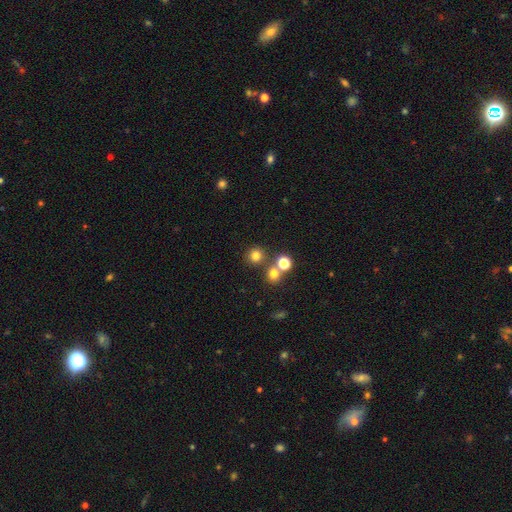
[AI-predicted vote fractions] Smooth or featured? Predicted: smooth (p=0.76). How rounded? Predicted: round (p=0.90). Merging? Predicted: none (p=0.74).